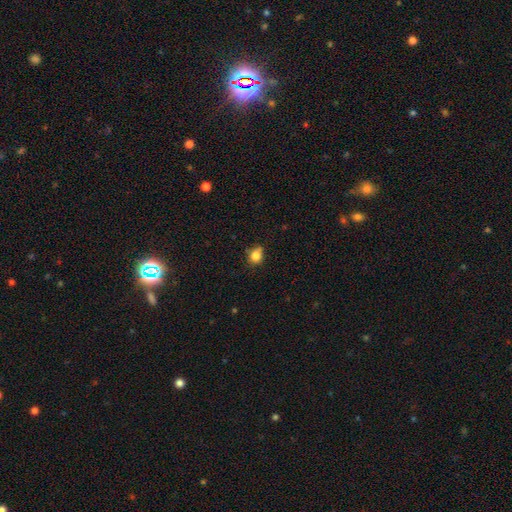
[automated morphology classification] The model was most divided on "merging": none: 60%, minor disturbance: 28%, major disturbance: 6%, merger: 5%. More confident: smooth or featured — smooth (81%); how rounded — round (68%).